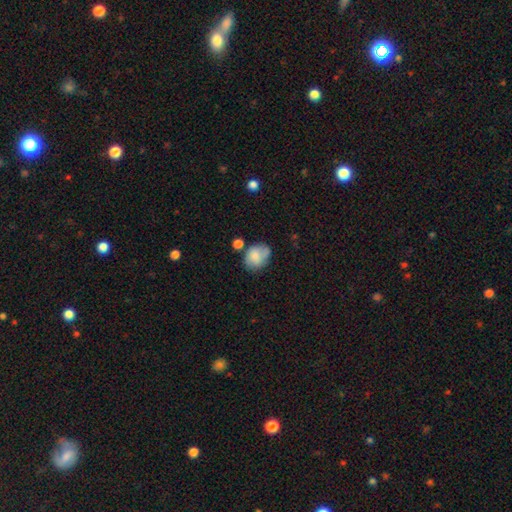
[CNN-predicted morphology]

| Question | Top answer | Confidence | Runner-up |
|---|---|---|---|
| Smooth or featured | smooth | 72% | featured or disk (20%) |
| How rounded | in between | 58% | round (41%) |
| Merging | none | 52% | minor disturbance (26%) |